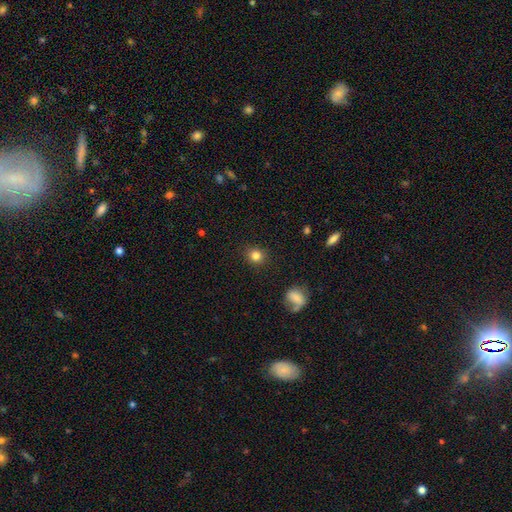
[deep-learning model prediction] Smooth or featured: smooth — 83% (star or artifact — 12%)
How rounded: round — 83% (in between — 16%)
Merging: none — 89% (minor disturbance — 7%)